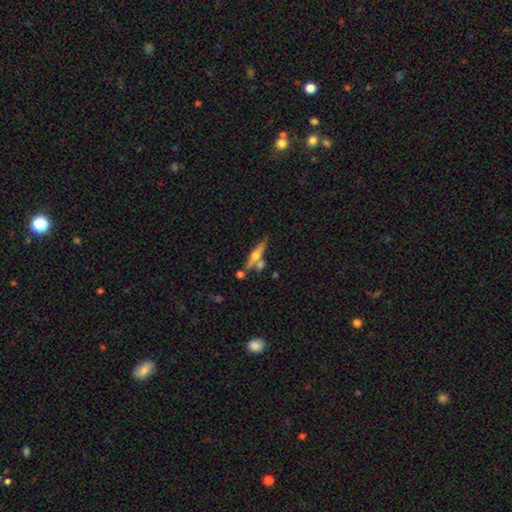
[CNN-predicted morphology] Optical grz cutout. It shows a featured or disk galaxy (61%) viewed edge-on (92%) with a rounded central bulge (92%). Merging: none (61%).